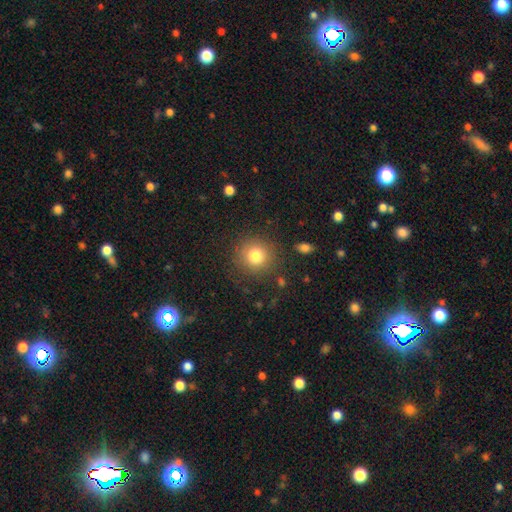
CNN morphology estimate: A smooth galaxy with no disk features (80%) that is round (91%). Merging: none (85%).